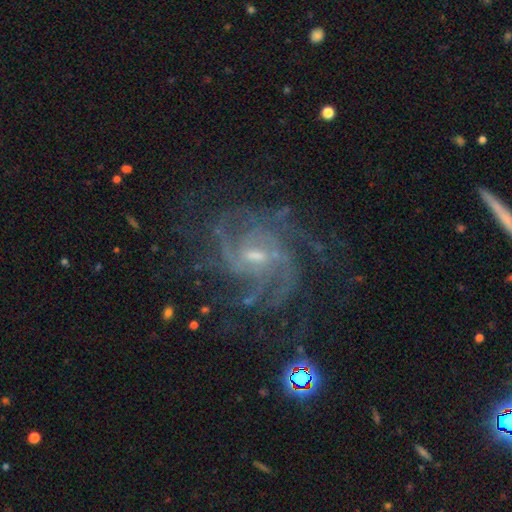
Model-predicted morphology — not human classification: Smooth or featured?
  - featured or disk: 87% *
  - star or artifact: 9%
  - smooth: 4%
Edge-on disk?
  - no: 98% *
  - yes: 2%
Bar?
  - weak: 58% *
  - no: 28%
  - strong: 14%
Spiral arms?
  - yes: 96% *
  - no: 4%
Spiral winding?
  - medium: 46% *
  - tight: 40%
  - loose: 14%
Spiral arm count?
  - can't tell: 25% * (tied)
  - 4: 25% * (tied)
  - 3: 20%
  - 2: 13%
  - more than 4: 10%
  - 1: 7%
Bulge size?
  - small: 52% *
  - moderate: 37%
  - none: 7%
  - large: 2%
  - dominant: 1%
Merging?
  - none: 66% *
  - minor disturbance: 16%
  - major disturbance: 16%
  - merger: 2%